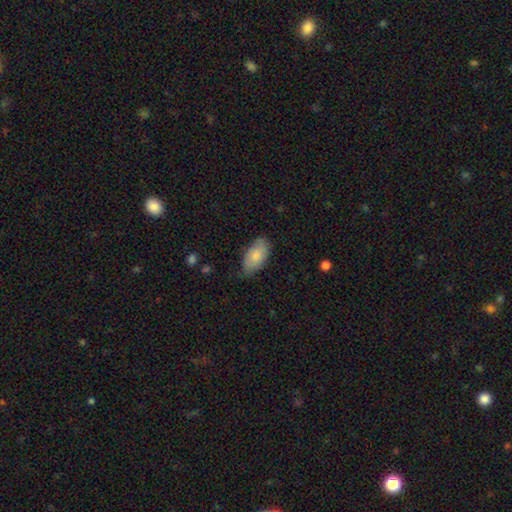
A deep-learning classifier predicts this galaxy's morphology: This is likely a smooth galaxy (79%). How rounded: clearly in between (94%). Merging: likely none (67%).